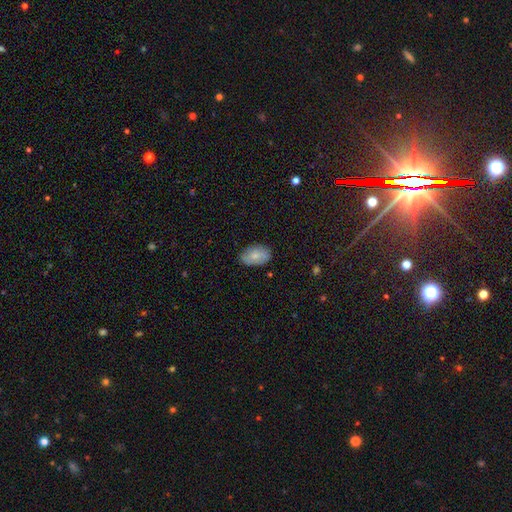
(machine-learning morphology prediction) Smooth or featured? Predicted: smooth (p=0.75). How rounded? Predicted: in between (p=0.90). Merging? Predicted: none (p=0.81).